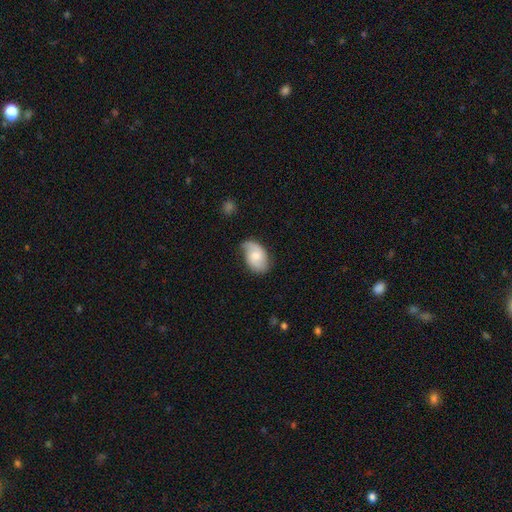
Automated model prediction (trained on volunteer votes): This appears to be a featured or disk galaxy (47%). Merging: none (58%).